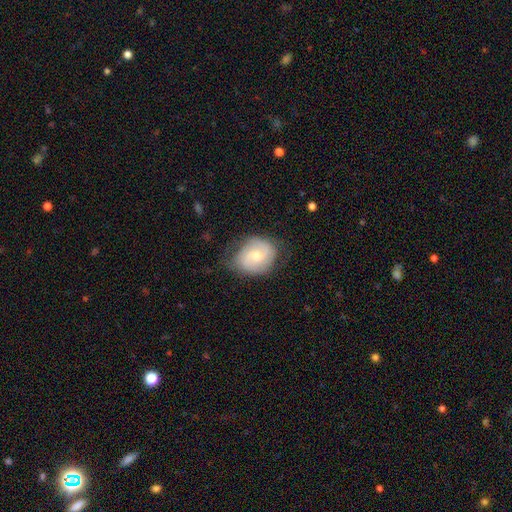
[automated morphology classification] This appears to be a featured or disk galaxy (52%) with no bar (56%), spiral arms (84%) and a moderate central bulge (57%). Merging: none (65%).